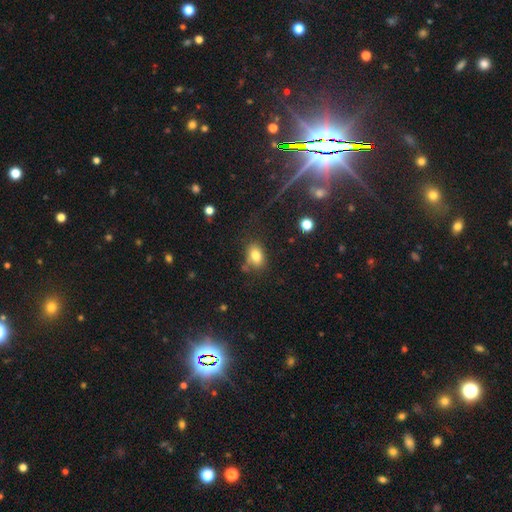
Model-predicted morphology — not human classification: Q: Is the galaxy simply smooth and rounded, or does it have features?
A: smooth — 79%.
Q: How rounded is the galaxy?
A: in between — 79%.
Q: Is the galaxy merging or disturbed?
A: none — 67%.